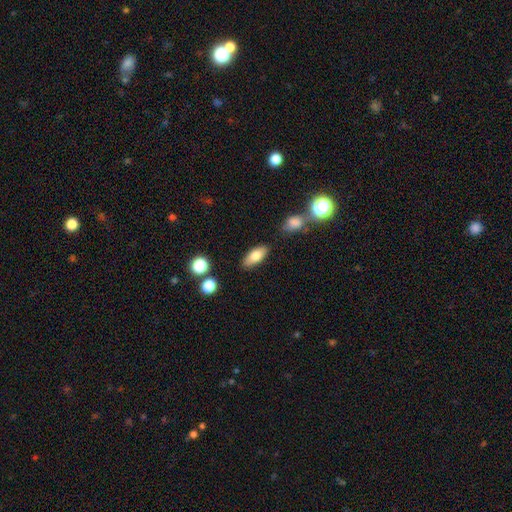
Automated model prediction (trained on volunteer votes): smooth_or_featured: smooth (p=0.77) [alt: featured or disk p=0.15]
how_rounded: in between (p=0.84) [alt: cigar-shaped p=0.12]
merging: none (p=0.82) [alt: minor disturbance p=0.12]